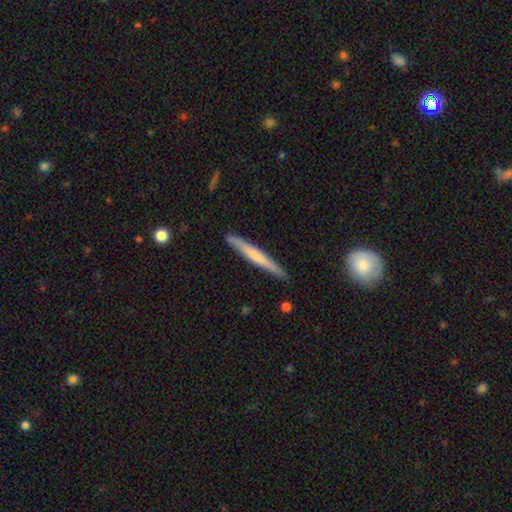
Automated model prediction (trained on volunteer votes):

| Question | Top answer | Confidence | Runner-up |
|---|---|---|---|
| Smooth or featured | smooth | 52% | featured or disk (43%) |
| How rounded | cigar-shaped | 96% | in between (2%) |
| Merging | none | 89% | minor disturbance (8%) |